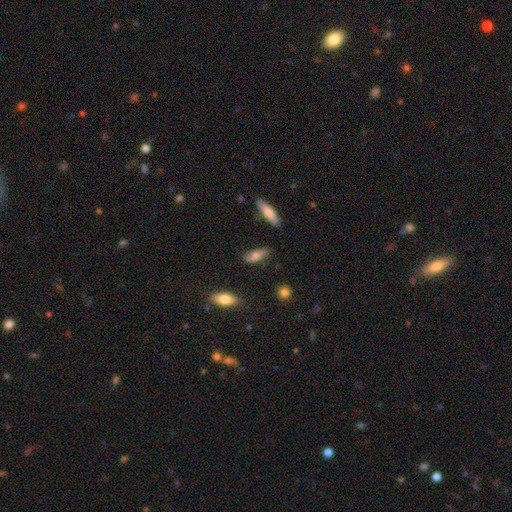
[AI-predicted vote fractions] Smooth or featured? smooth (67%)
How rounded? in between (65%)
Merging? none (77%)